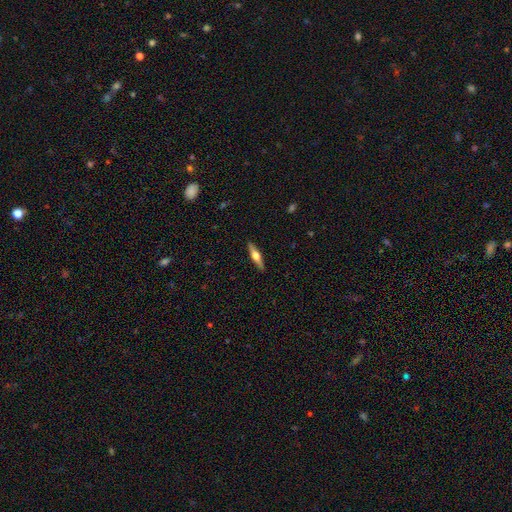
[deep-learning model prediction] featured or disk 58%, smooth 36%, star or artifact 6%. Down the decision tree: edge-on disk — yes (96%); edge-on bulge — rounded (92%); merging — none (90%).